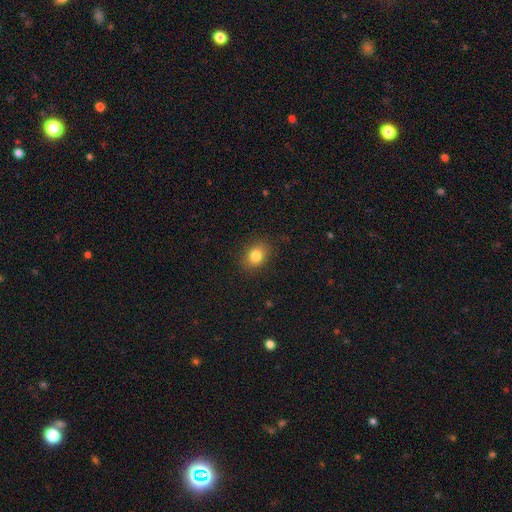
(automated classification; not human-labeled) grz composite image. It shows a smooth galaxy with no disk features (82%) that is in between round and cigar-shaped (52%). Merging: none (87%).